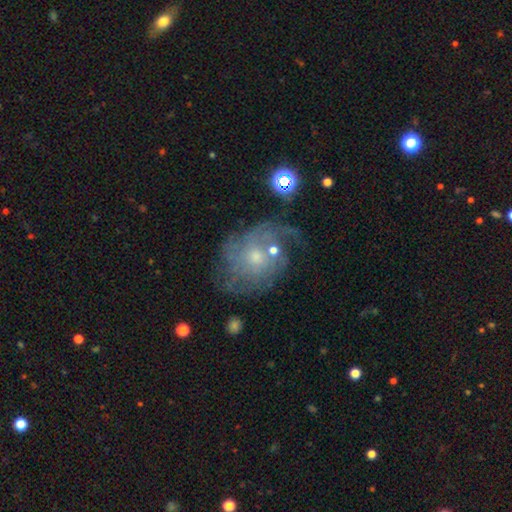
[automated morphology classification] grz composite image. It shows a featured or disk galaxy (71%) with no bar (81%), tight (43%) spiral arms (80%) and a small central bulge (56%). Merging: none (47%).